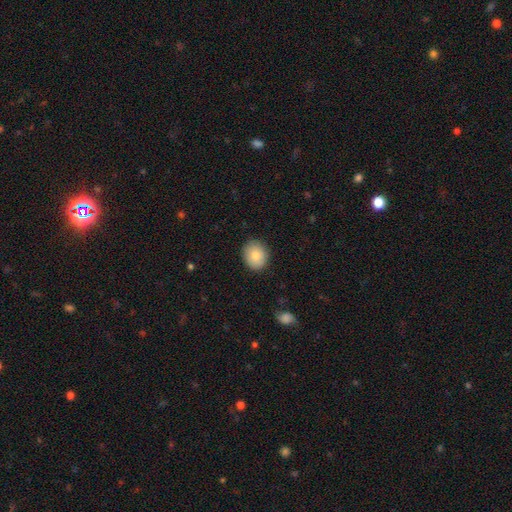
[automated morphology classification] The model was most divided on "how rounded": round: 64%, in between: 35%, cigar-shaped: 1%. More confident: merging — none (88%); smooth or featured — smooth (82%).